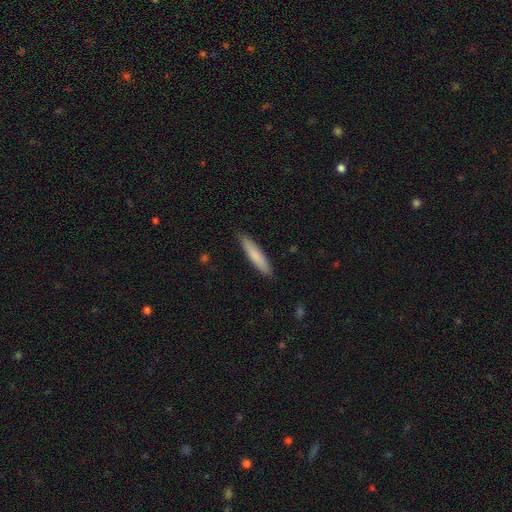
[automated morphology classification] type=smooth (79%); roundness=cigar-shaped (87%); merging=none (89%).